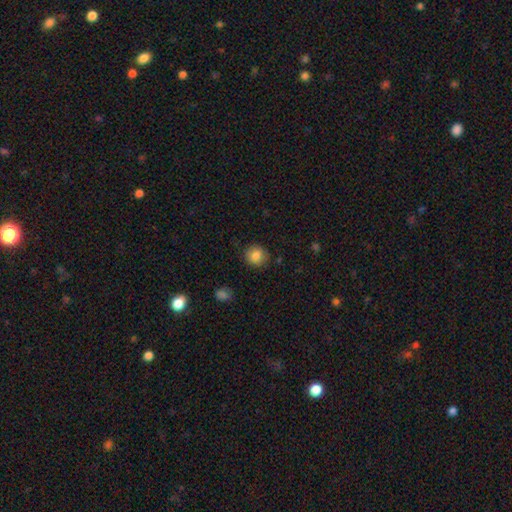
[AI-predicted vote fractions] A smooth galaxy with no disk features (84%) that is round (89%). Merging: none (88%).